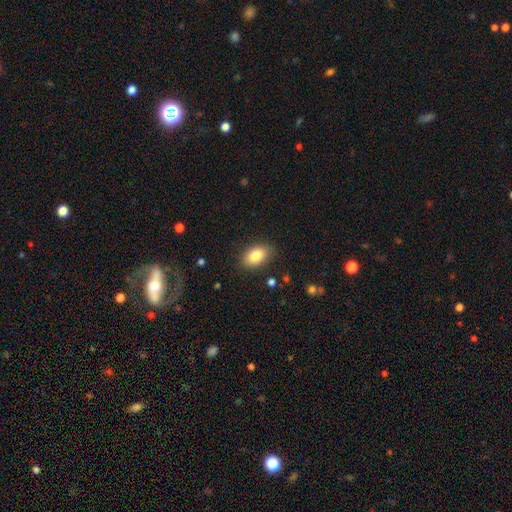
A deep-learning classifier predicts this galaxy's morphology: The model was most divided on "merging": none: 84%, minor disturbance: 12%, major disturbance: 3%, merger: 1%. More confident: how rounded — in between (88%); smooth or featured — smooth (83%).